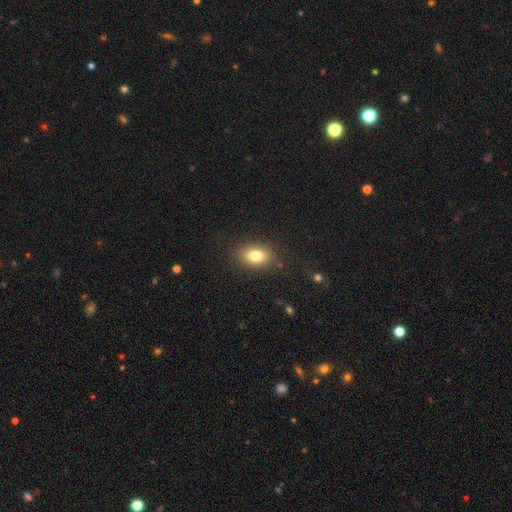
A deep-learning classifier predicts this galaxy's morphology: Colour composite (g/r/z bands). It shows a smooth galaxy with no disk features (79%) that is in between round and cigar-shaped (82%). Merging: none (85%).